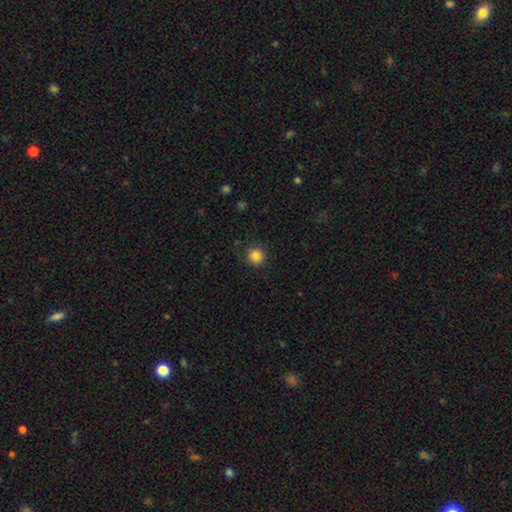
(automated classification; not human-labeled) Morphology: type=smooth (85%); roundness=round (94%); merging=none (88%).